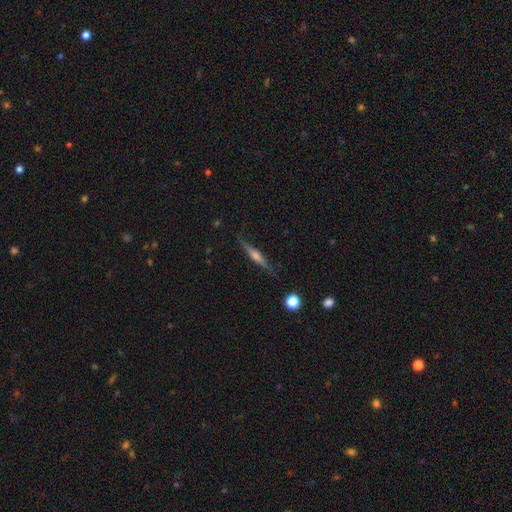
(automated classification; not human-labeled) A featured or disk galaxy (62%) viewed edge-on (97%) with a rounded central bulge (69%). Merging: none (85%).